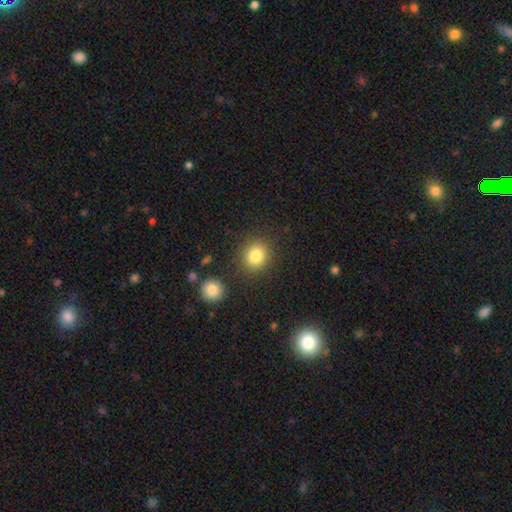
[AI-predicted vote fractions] smooth 83%, star or artifact 11%, featured or disk 6%. Down the decision tree: how rounded — round (82%); merging — none (85%).